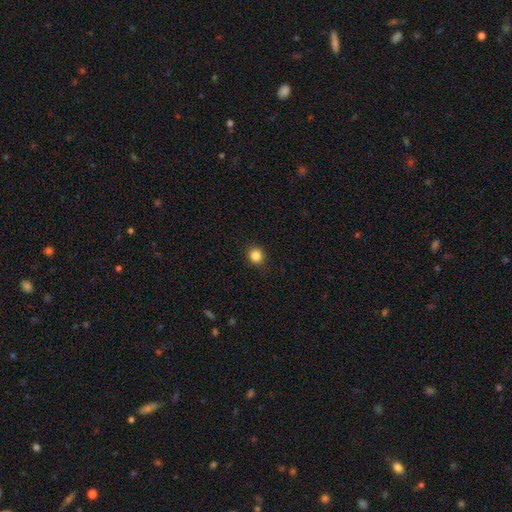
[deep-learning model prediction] Smooth or featured? smooth (85%)
How rounded? round (88%)
Merging? none (91%)